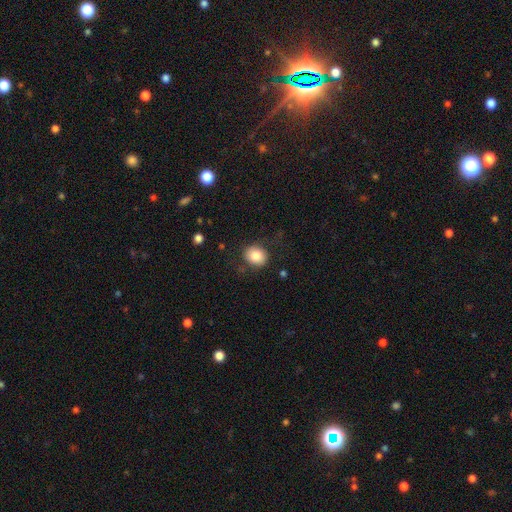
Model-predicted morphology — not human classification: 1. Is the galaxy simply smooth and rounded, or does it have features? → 84% smooth, 9% star or artifact, 7% featured or disk.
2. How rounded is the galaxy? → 65% round, 34% in between, 1% cigar-shaped.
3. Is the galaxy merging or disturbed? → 81% none, 13% minor disturbance, 5% major disturbance, 1% merger.